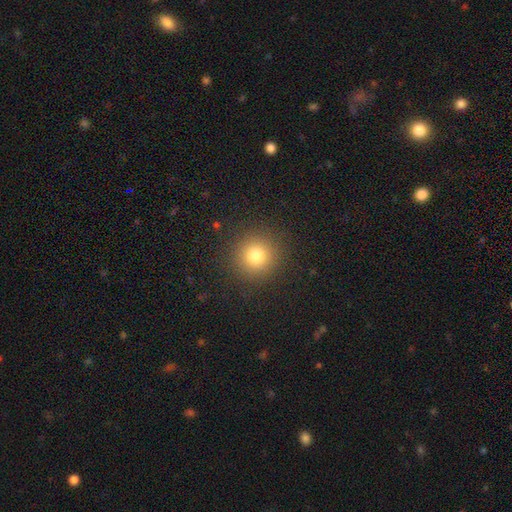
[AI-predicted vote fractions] Q: Smooth or featured?
A: smooth (79%); runner-up: star or artifact (14%)
Q: How rounded?
A: round (94%); runner-up: in between (5%)
Q: Merging?
A: none (90%); runner-up: minor disturbance (6%)